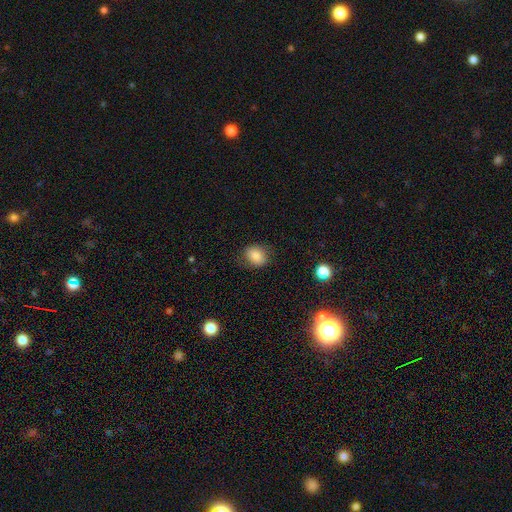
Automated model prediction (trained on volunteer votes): Q: Smooth or featured?
A: smooth (81%); runner-up: star or artifact (10%)
Q: How rounded?
A: round (52%); runner-up: in between (47%)
Q: Merging?
A: none (79%); runner-up: minor disturbance (15%)